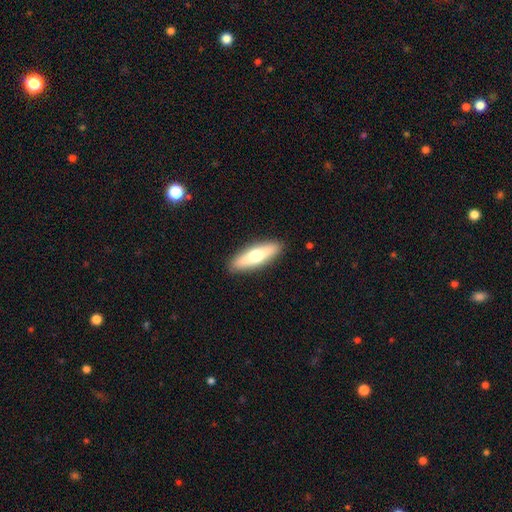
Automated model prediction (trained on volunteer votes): A smooth galaxy with no disk features (55%) that is cigar-shaped (64%). Merging: none (89%).